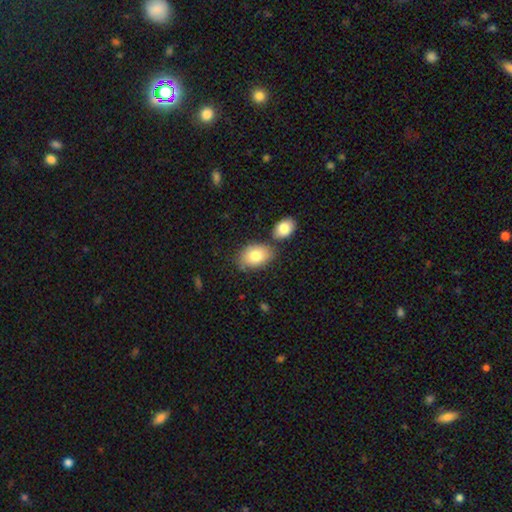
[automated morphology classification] smooth_or_featured: smooth (p=0.80) [alt: featured or disk p=0.12]
how_rounded: in between (p=0.84) [alt: round p=0.14]
merging: none (p=0.63) [alt: merger p=0.20]